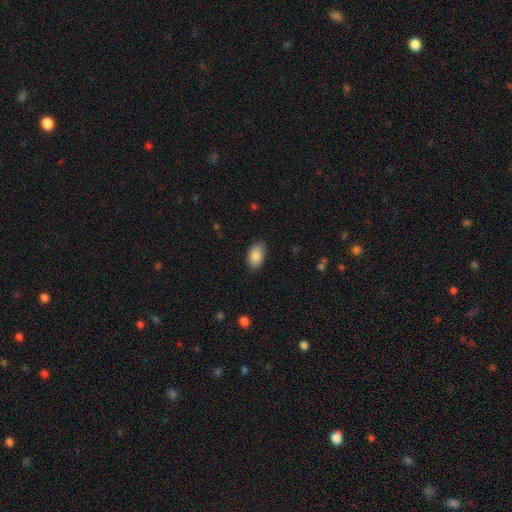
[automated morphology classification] smooth 88%, star or artifact 6%, featured or disk 5%. Down the decision tree: how rounded — in between (94%); merging — none (83%).